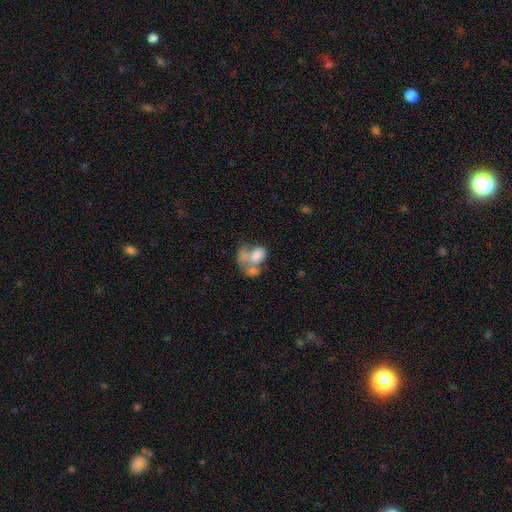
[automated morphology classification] This is likely a smooth galaxy (60%). How rounded: likely in between (76%). Merging: possibly merger (58%).